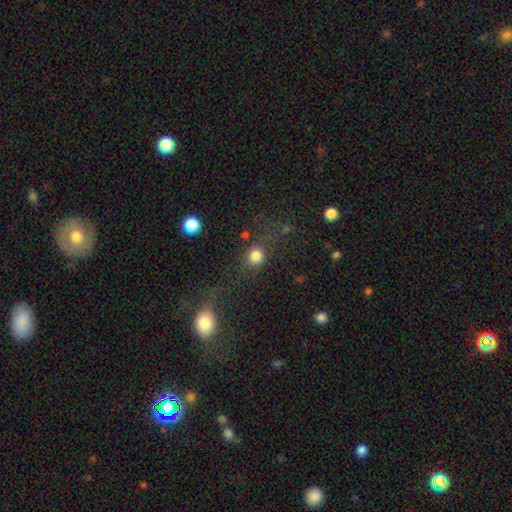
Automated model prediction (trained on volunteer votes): This appears to be a smooth galaxy with no disk features (80%) that is round (75%). Merging: none (68%).